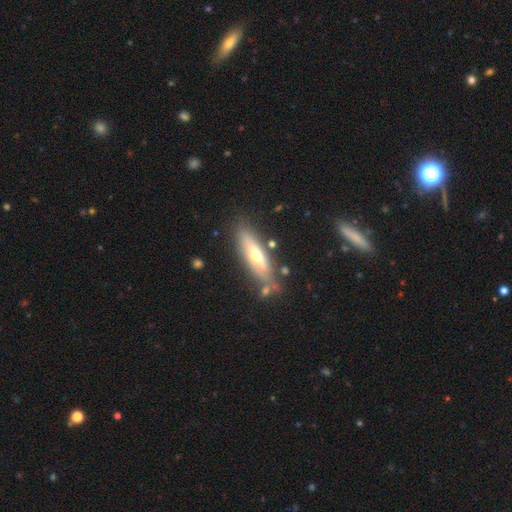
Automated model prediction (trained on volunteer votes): This is possibly a featured or disk galaxy (48%). Merging: likely none (73%).